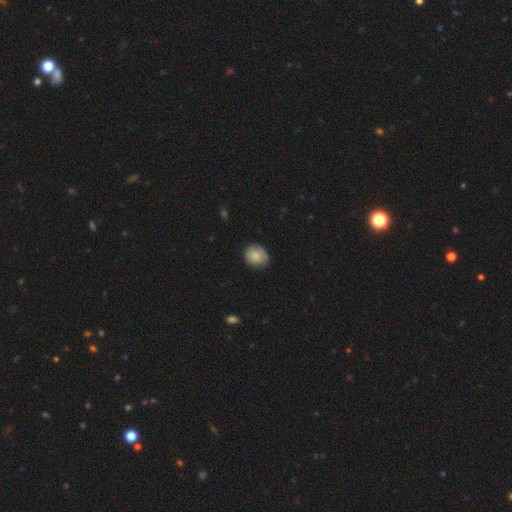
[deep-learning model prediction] Overall: smooth (81%). How rounded: round (72%). Merging: none (77%).